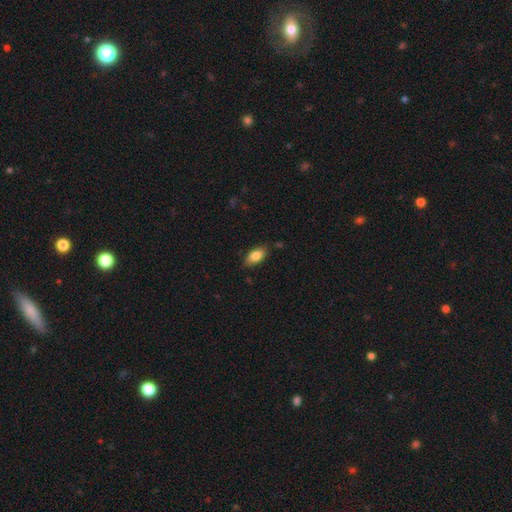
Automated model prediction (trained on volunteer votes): This is clearly a smooth galaxy (83%). How rounded: clearly in between (90%). Merging: clearly none (81%).